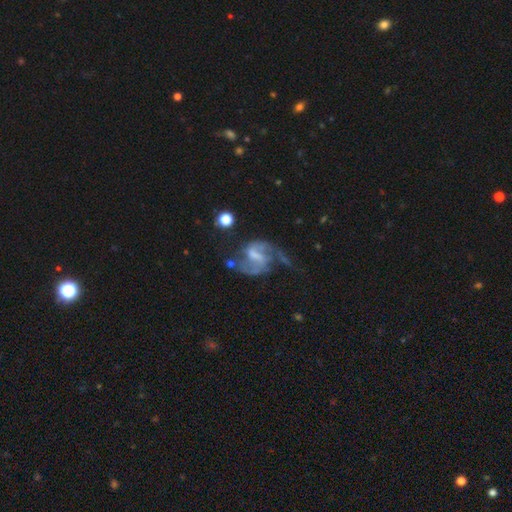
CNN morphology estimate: type=featured or disk (83%); edge-on=no (98%); bar=weak (50%); spiral arms=yes (92%); winding=medium (48%); arm count=2 (88%); bulge=none (41%); merging=none (49%).